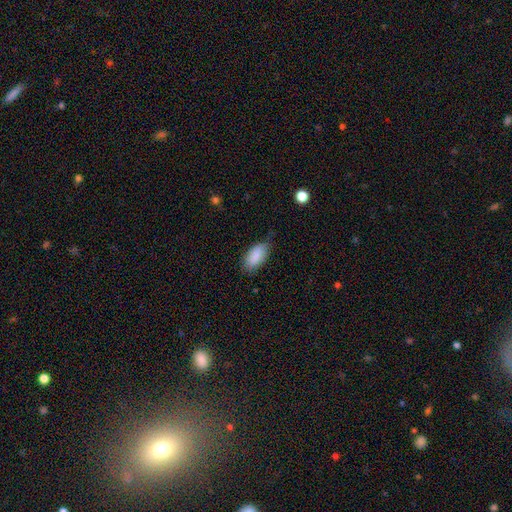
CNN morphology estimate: Overall: smooth (87%). How rounded: in between (92%). Merging: none (66%; minor disturbance 27%).